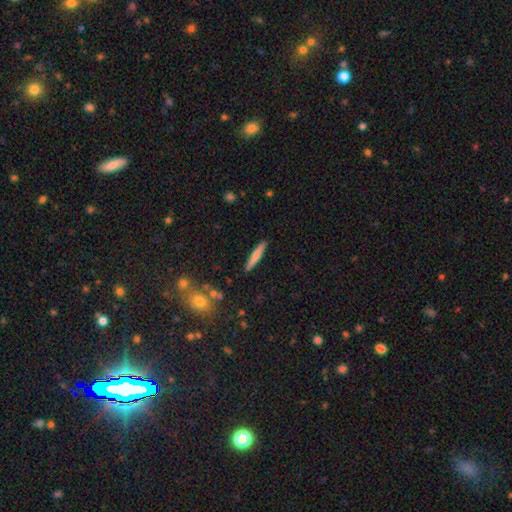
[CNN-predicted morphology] Smooth or featured? Predicted: smooth (p=0.69). How rounded? Predicted: cigar-shaped (p=0.93). Merging? Predicted: none (p=0.89).